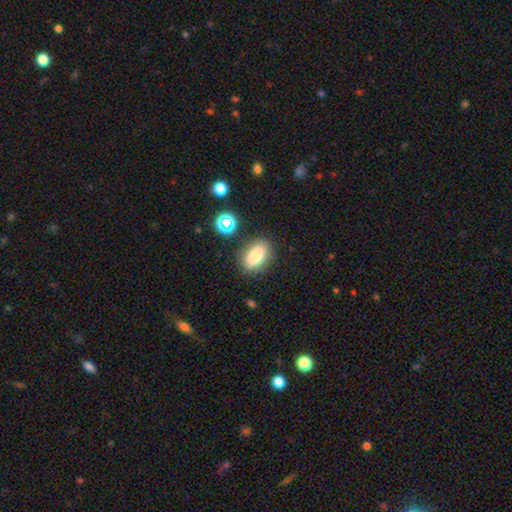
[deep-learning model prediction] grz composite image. It shows a smooth galaxy with no disk features (80%) that is in between round and cigar-shaped (86%). Merging: none (83%).